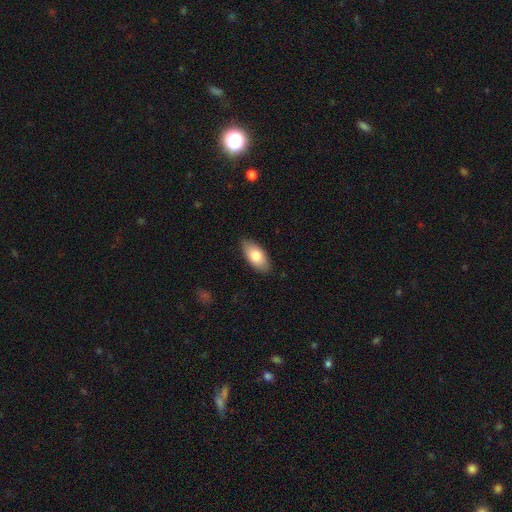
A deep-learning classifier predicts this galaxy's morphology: Smooth or featured: smooth — 80% (featured or disk — 14%)
How rounded: in between — 92% (cigar-shaped — 6%)
Merging: none — 86% (minor disturbance — 11%)